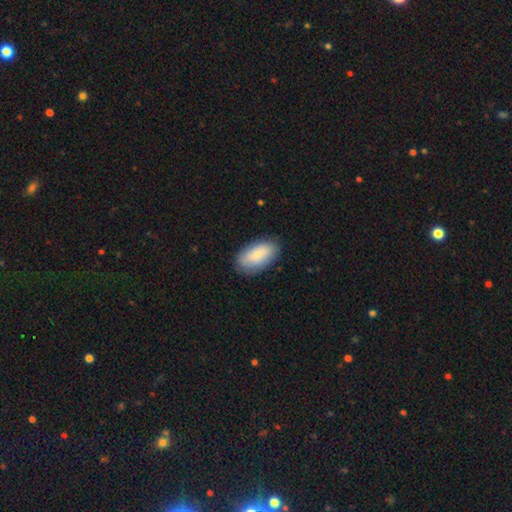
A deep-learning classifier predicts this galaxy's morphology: This is likely a smooth galaxy (79%). How rounded: clearly in between (94%). Merging: clearly none (84%).